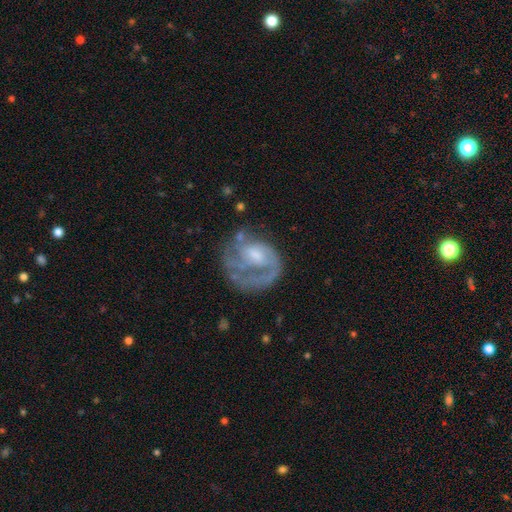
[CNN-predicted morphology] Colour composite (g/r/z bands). It shows a featured or disk galaxy (74%) with no bar (53%), 1 (66%) tight (43%) spiral arms (79%) and a moderate central bulge (43%). Merging: none (46%).